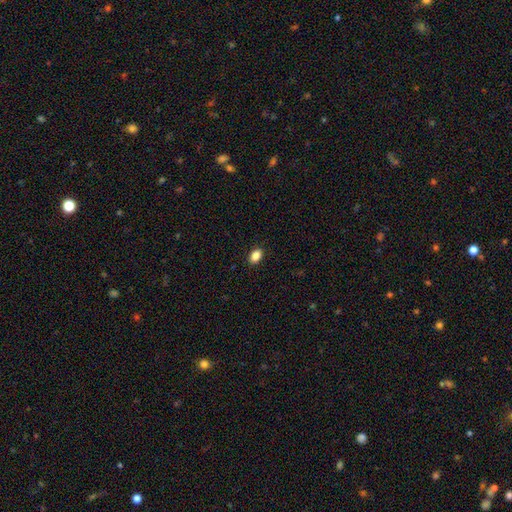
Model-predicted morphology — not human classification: This appears to be a smooth galaxy with no disk features (87%) that is in between round and cigar-shaped (85%). Merging: none (90%).